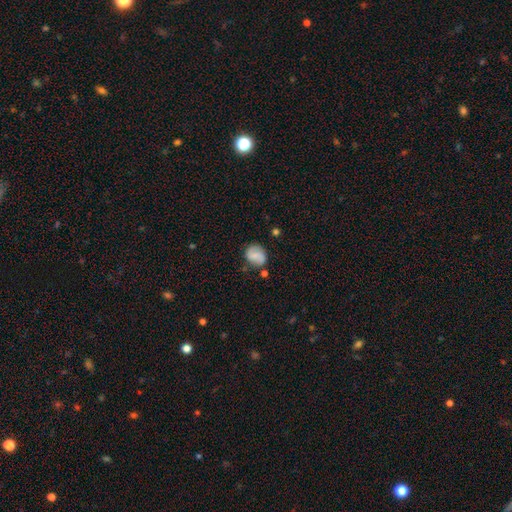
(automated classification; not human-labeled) Smooth or featured: smooth — 58% (featured or disk — 33%)
How rounded: round — 59% (in between — 40%)
Merging: none — 67% (minor disturbance — 21%)